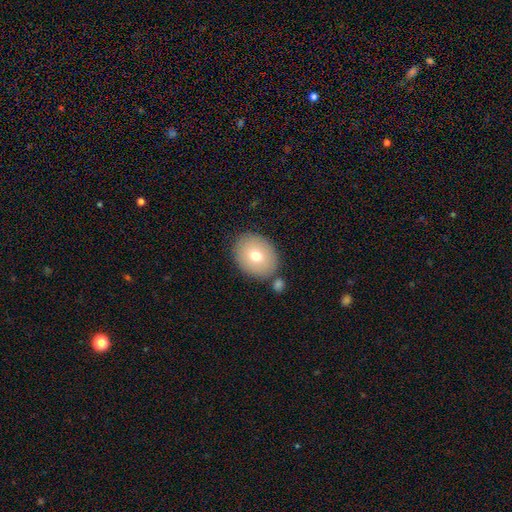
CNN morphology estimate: smooth-or-featured: smooth: 73% | featured or disk: 18% | star or artifact: 9%
  how-rounded: in between: 50% | round: 49% | cigar-shaped: 1%
  merging: none: 81% | minor disturbance: 10% | merger: 7% | major disturbance: 3%